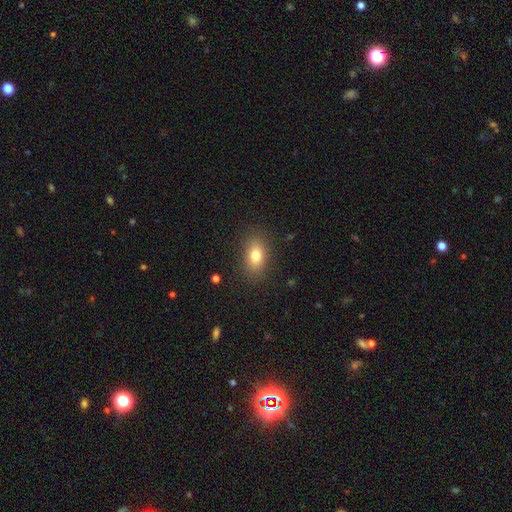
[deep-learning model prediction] This appears to be a smooth galaxy with no disk features (79%) that is in between round and cigar-shaped (81%). Merging: none (85%).